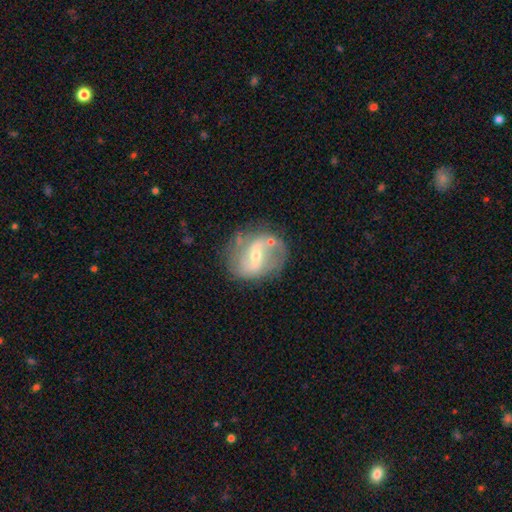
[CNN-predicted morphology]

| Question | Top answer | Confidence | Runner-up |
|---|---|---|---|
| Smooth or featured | featured or disk | 77% | smooth (16%) |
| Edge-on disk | no | 96% | yes (4%) |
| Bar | weak | 43% | strong (38%) |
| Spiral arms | yes | 78% | no (22%) |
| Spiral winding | medium | 42% | loose (40%) |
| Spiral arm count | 2 | 78% | can't tell (12%) |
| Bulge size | moderate | 48% | small (47%) |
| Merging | none | 64% | minor disturbance (18%) |